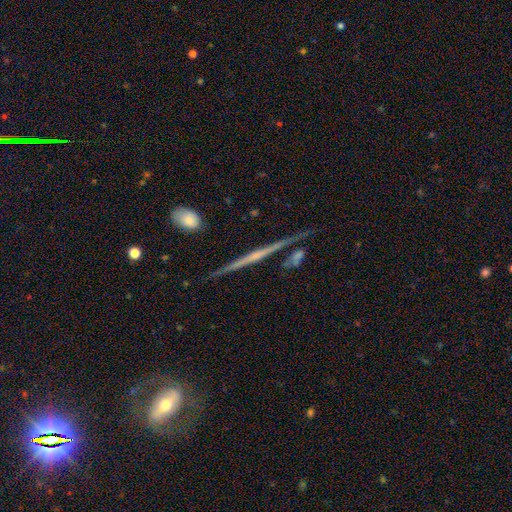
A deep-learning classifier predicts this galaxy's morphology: The model was most divided on "edge-on bulge": none: 45%, rounded: 41%, boxy: 14%. More confident: edge-on disk — yes (96%); merging — none (81%); smooth or featured — featured or disk (79%).